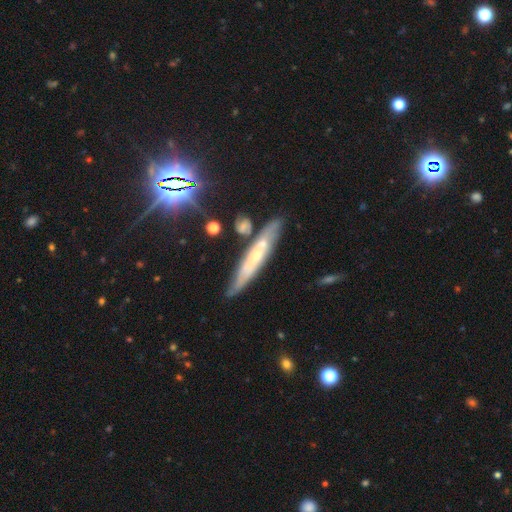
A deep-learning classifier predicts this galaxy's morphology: type=featured or disk (56%); edge-on=yes (74%); merging=none (73%).